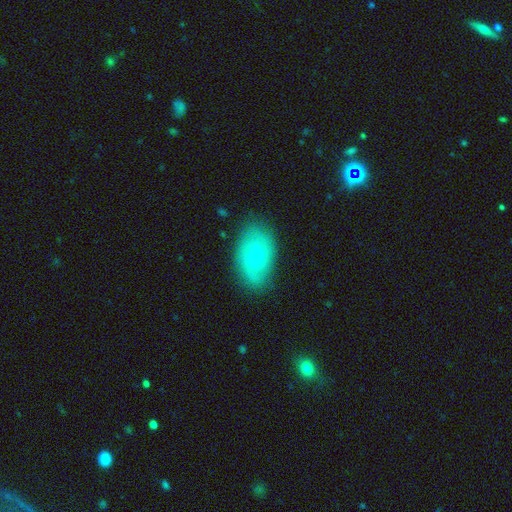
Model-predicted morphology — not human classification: featured or disk 53%, smooth 39%, star or artifact 8%. Down the decision tree: edge-on disk — no (93%); merging — none (80%).